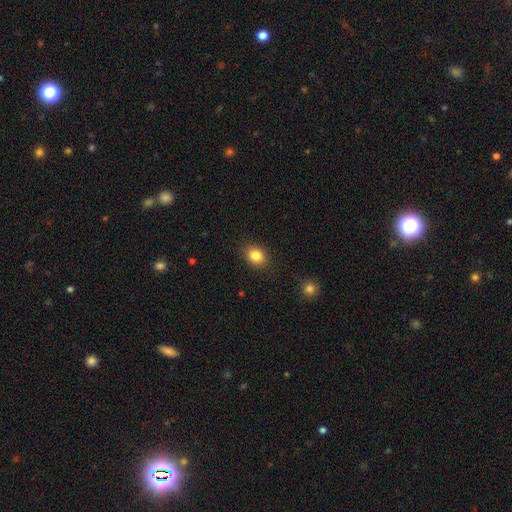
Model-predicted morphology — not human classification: type=smooth (84%); roundness=in between (53%); merging=none (86%).